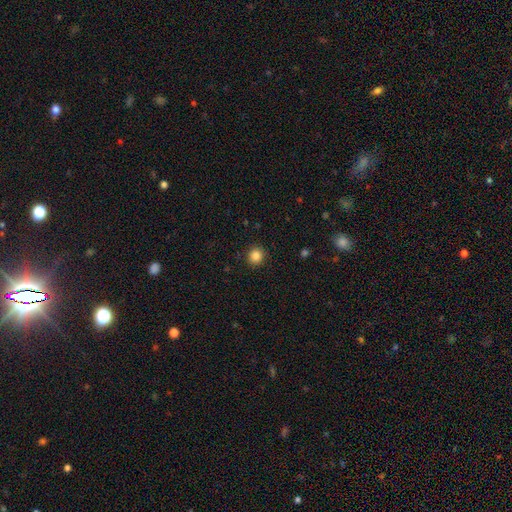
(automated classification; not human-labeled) smooth_or_featured: smooth (p=0.85) [alt: star or artifact p=0.11]
how_rounded: round (p=0.91) [alt: in between p=0.08]
merging: none (p=0.91) [alt: minor disturbance p=0.06]